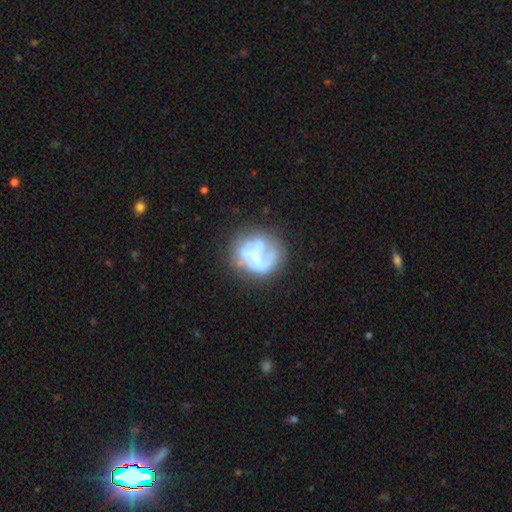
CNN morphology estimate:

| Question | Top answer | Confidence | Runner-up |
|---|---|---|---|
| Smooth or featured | featured or disk | 56% | smooth (34%) |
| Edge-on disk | no | 98% | yes (2%) |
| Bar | no | 69% | weak (20%) |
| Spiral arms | no | 65% | yes (35%) |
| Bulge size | none | 62% | small (17%) |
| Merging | none | 54% | major disturbance (21%) |